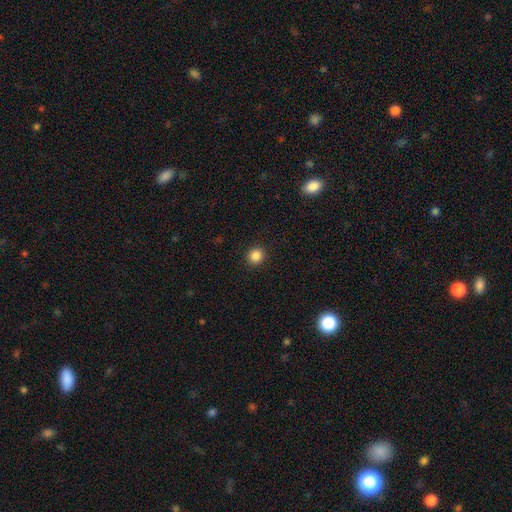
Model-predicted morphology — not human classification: A smooth galaxy with no disk features (86%) that is round (86%). Merging: none (92%).